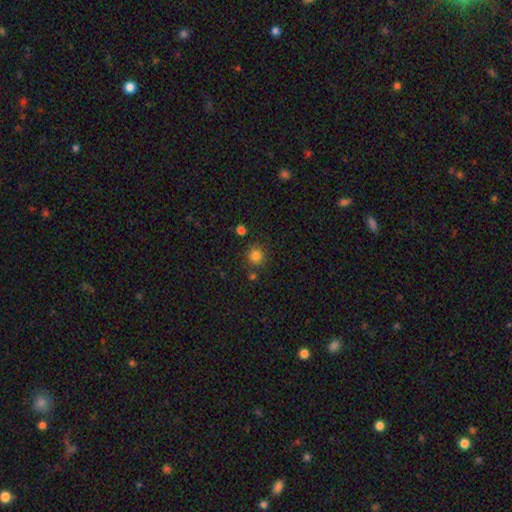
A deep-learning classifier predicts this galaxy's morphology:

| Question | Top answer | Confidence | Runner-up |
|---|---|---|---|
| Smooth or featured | smooth | 83% | star or artifact (13%) |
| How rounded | round | 91% | in between (8%) |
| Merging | none | 82% | minor disturbance (9%) |